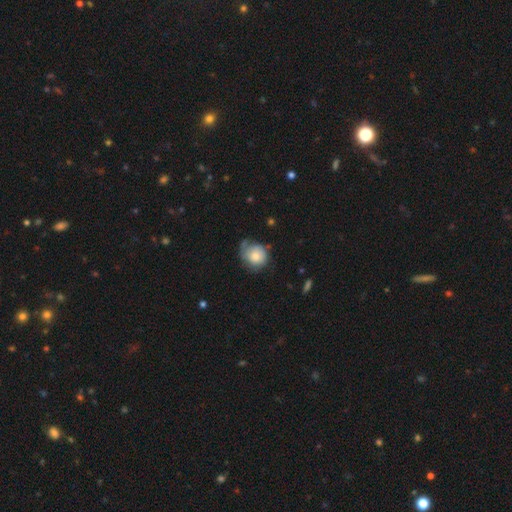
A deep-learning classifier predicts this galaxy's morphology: This appears to be a smooth galaxy with no disk features (70%) that is round (76%). Merging: none (44%).